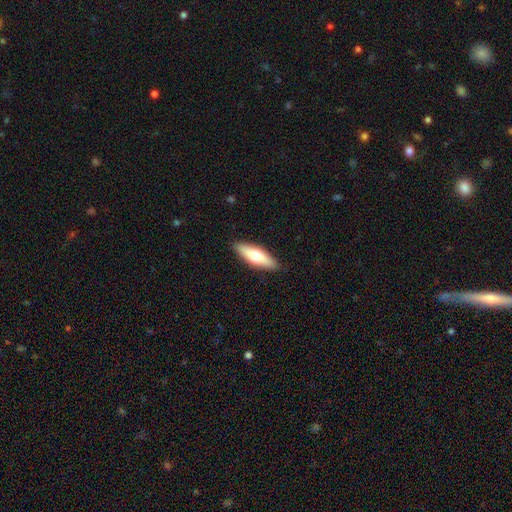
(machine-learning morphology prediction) This is likely a smooth galaxy (63%). How rounded: possibly cigar-shaped (50%). Merging: clearly none (88%).